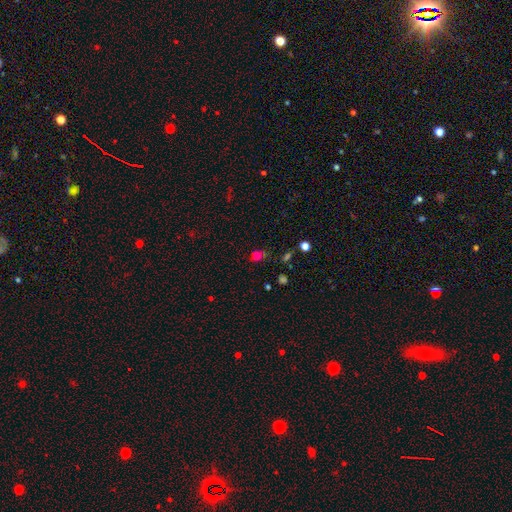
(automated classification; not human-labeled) smooth-or-featured: smooth: 62% | star or artifact: 30% | featured or disk: 8%
  how-rounded: round: 64% | in between: 34% | cigar-shaped: 2%
  merging: none: 54% | minor disturbance: 21% | major disturbance: 14% | merger: 11%